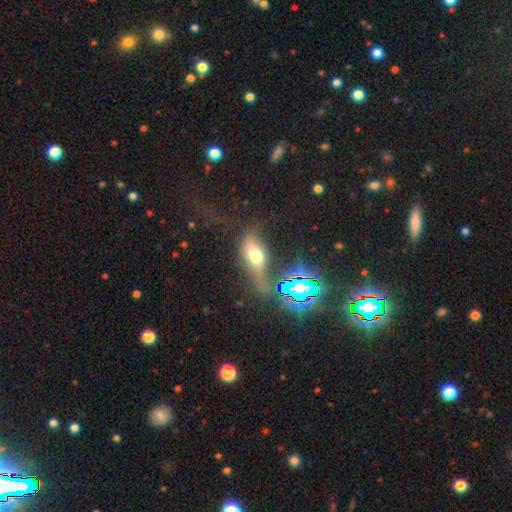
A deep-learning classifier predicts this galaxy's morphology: type=smooth (53%); roundness=in between (76%); merging=none (38%).